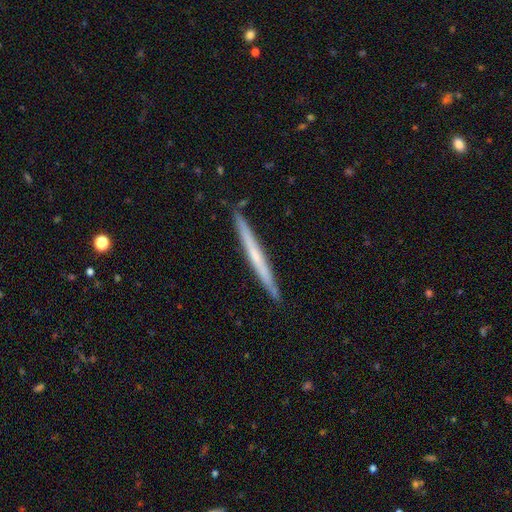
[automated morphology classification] Smooth or featured?
  - featured or disk: 52% *
  - smooth: 42%
  - star or artifact: 6%
Edge-on disk?
  - yes: 97% *
  - no: 3%
Edge-on bulge?
  - none: 78% *
  - rounded: 17%
  - boxy: 4%
Merging?
  - none: 91% *
  - minor disturbance: 7%
  - major disturbance: 1%
  - merger: 1%